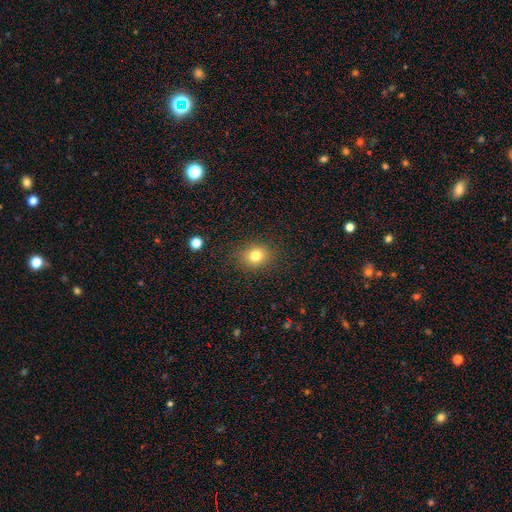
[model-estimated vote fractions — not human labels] A smooth galaxy with no disk features (79%) that is round (66%).

Vote fractions:
- Smooth or featured? smooth: 79% / star or artifact: 13% / featured or disk: 8%
- How rounded? round: 66% / in between: 33% / cigar-shaped: 1%
- Merging? none: 86% / minor disturbance: 10% / major disturbance: 3% / merger: 1%